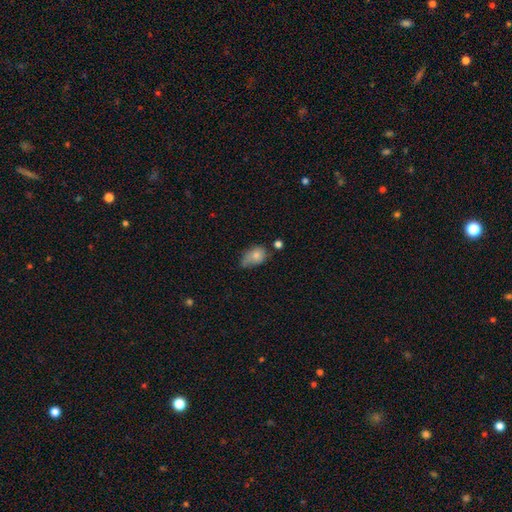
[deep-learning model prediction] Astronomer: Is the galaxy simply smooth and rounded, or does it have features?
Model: smooth — 75%.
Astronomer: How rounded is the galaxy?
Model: in between — 77%.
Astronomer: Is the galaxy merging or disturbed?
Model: minor disturbance — 40% (runner-up: none, 34%).